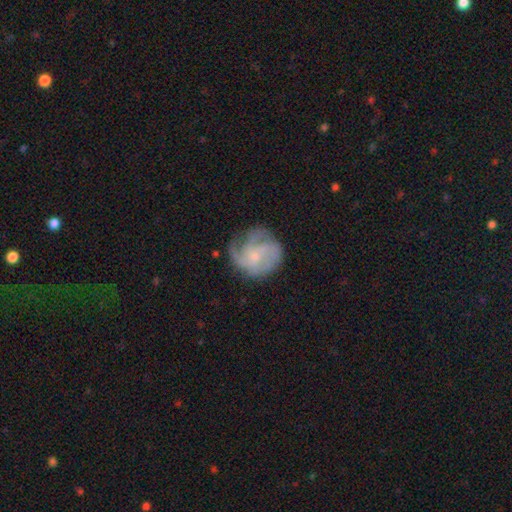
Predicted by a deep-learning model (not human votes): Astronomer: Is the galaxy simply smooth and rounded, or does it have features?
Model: featured or disk — 76%.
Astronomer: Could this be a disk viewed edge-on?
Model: no — 98%.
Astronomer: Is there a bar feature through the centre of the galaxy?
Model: no — 71%.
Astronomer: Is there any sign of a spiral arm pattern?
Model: yes — 93%.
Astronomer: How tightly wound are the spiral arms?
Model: medium — 45% (runner-up: tight, 38%).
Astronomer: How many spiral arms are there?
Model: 3 — 42% (runner-up: 4, 20%).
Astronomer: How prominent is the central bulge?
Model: small — 66%.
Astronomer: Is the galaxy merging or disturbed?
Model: none — 63%.